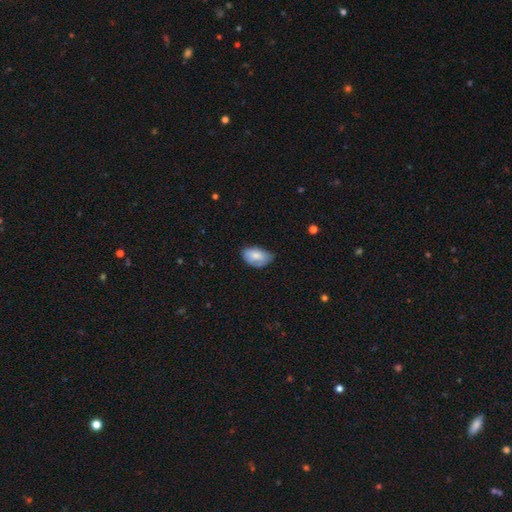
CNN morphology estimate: This appears to be a smooth galaxy with no disk features (77%) that is in between round and cigar-shaped (91%). Merging: none (51%).